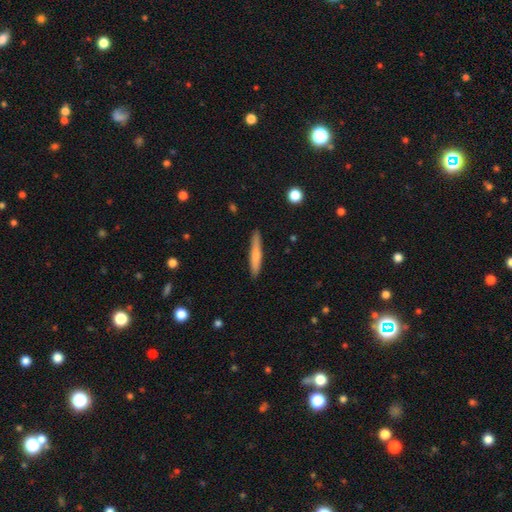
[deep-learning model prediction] smooth 67%, featured or disk 27%, star or artifact 6%. Down the decision tree: how rounded — cigar-shaped (93%); merging — none (87%).